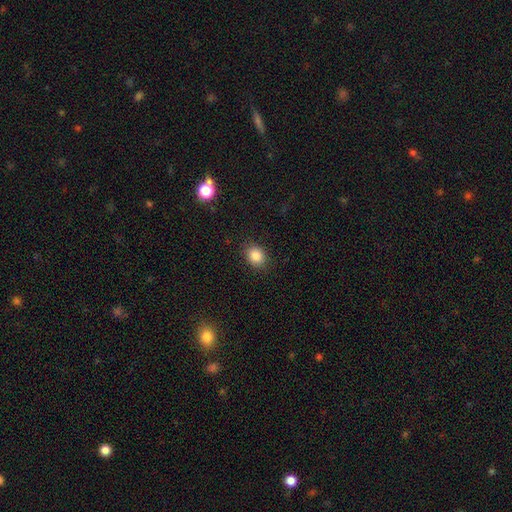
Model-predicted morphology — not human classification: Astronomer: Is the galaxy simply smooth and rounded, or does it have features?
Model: smooth — 85%.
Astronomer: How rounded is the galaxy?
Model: round — 51% (runner-up: in between, 48%).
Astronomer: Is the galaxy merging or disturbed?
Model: none — 87%.